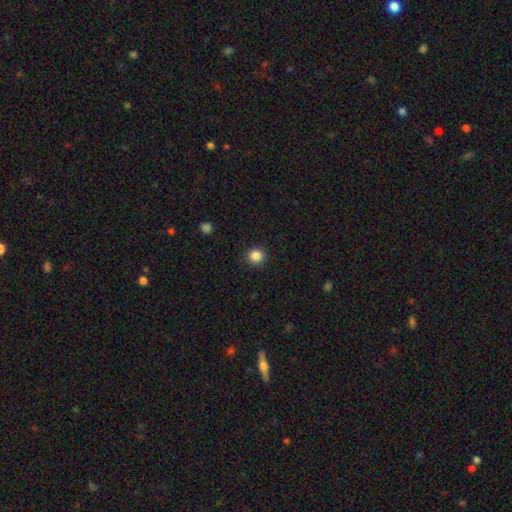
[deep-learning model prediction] This is clearly a smooth galaxy (86%). How rounded: clearly round (90%). Merging: clearly none (91%).